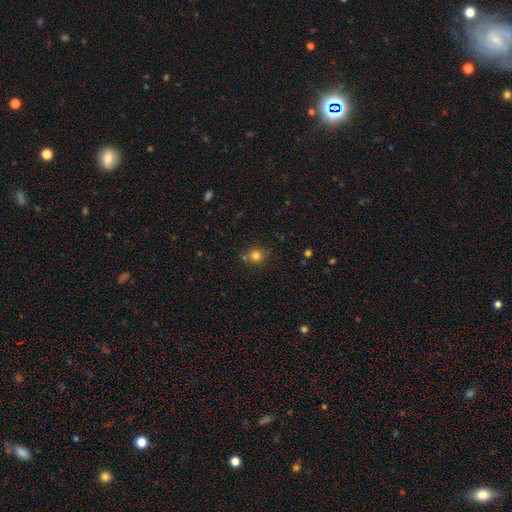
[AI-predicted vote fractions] smooth 79%, star or artifact 14%, featured or disk 7%. Down the decision tree: how rounded — round (81%); merging — none (72%).